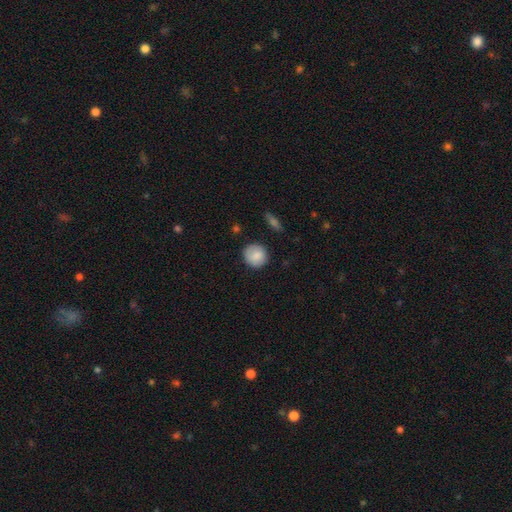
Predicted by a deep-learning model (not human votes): smooth 85%, featured or disk 8%, star or artifact 7%. Down the decision tree: how rounded — round (91%); merging — none (83%).